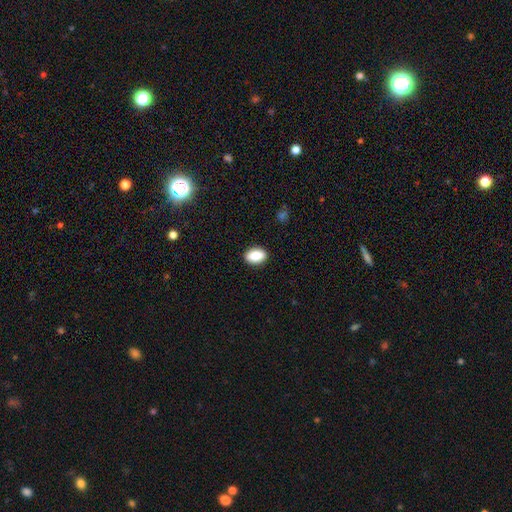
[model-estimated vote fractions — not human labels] Morphology: type=smooth (88%); roundness=in between (87%); merging=none (89%).